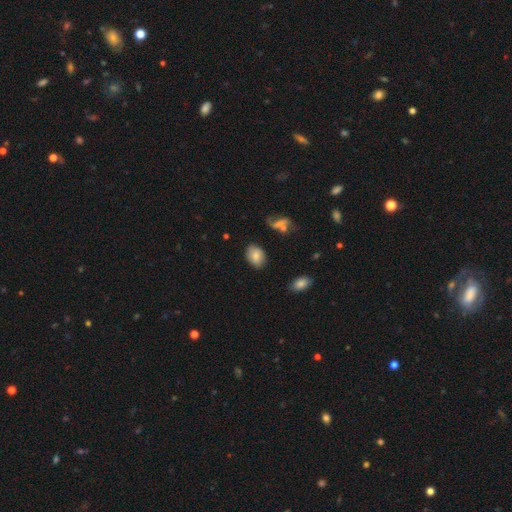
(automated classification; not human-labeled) Smooth or featured?
  - smooth: 78% *
  - featured or disk: 13%
  - star or artifact: 9%
How rounded?
  - in between: 79% *
  - round: 19%
  - cigar-shaped: 1%
Merging?
  - none: 79% *
  - minor disturbance: 15%
  - major disturbance: 4%
  - merger: 2%